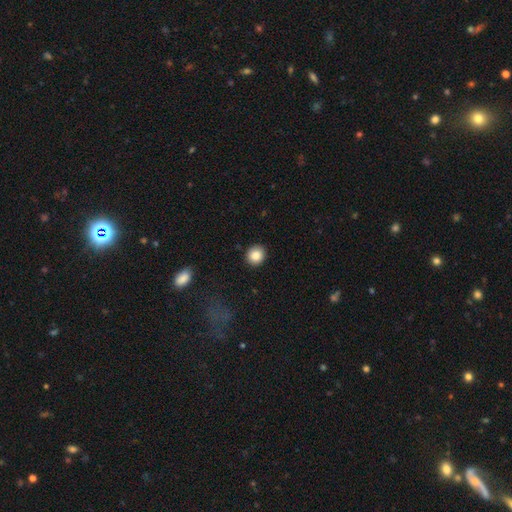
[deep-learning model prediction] smooth-or-featured: smooth: 86% | star or artifact: 9% | featured or disk: 5%
  how-rounded: round: 84% | in between: 15% | cigar-shaped: 1%
  merging: none: 91% | minor disturbance: 6% | major disturbance: 2% | merger: 1%